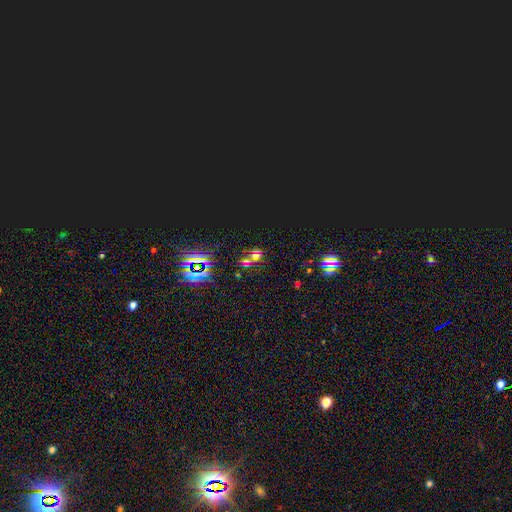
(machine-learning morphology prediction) star or artifact 74%, smooth 17%, featured or disk 9%.